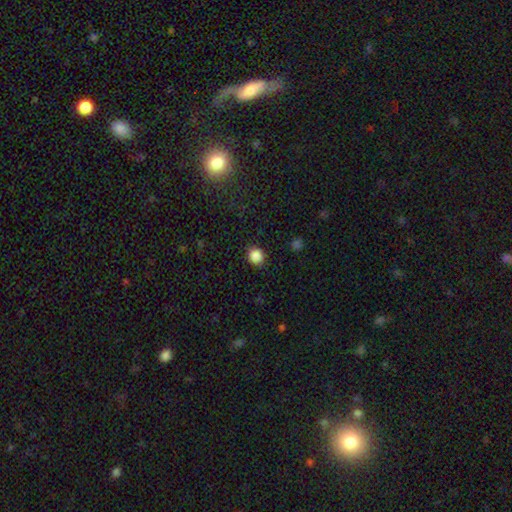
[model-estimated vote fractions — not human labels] Smooth or featured: smooth — 86% (star or artifact — 11%)
How rounded: round — 87% (in between — 12%)
Merging: none — 89% (minor disturbance — 8%)